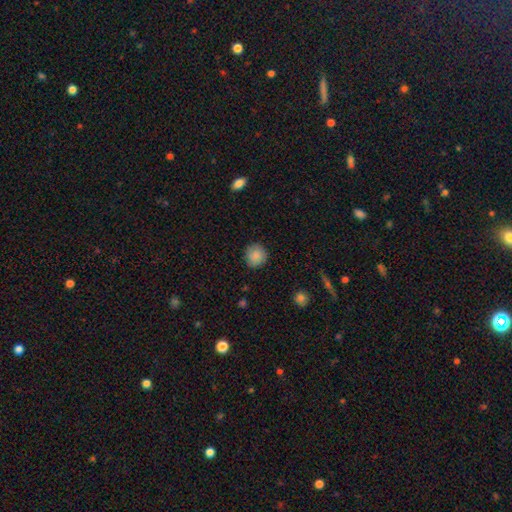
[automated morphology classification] smooth 87%, star or artifact 8%, featured or disk 5%. Down the decision tree: how rounded — round (89%); merging — none (88%).